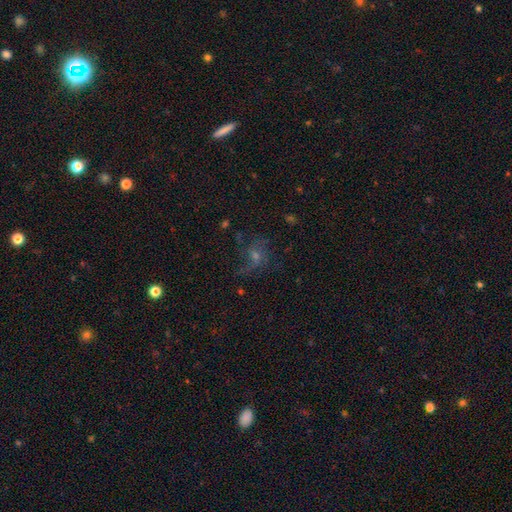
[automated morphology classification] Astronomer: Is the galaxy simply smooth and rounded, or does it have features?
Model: featured or disk — 51% (runner-up: star or artifact, 27%).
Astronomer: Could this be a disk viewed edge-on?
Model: no — 96%.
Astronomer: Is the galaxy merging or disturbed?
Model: none — 58%.